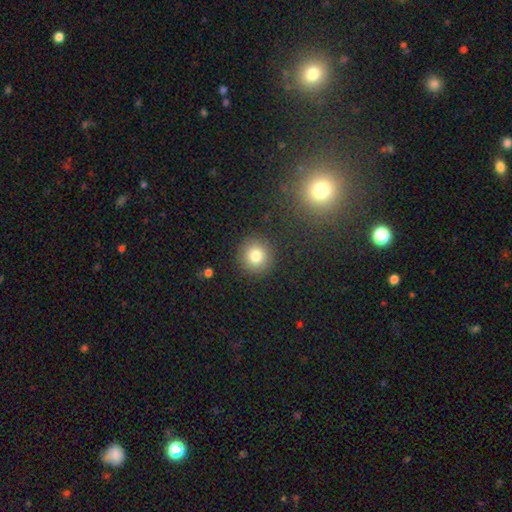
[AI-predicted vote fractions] Smooth or featured? smooth (80%)
How rounded? round (93%)
Merging? none (90%)